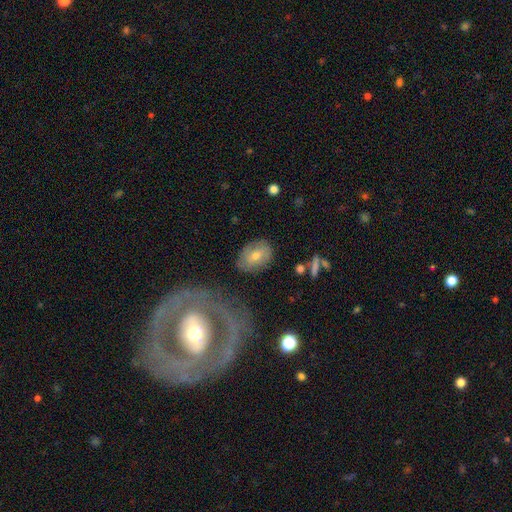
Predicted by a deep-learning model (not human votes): Smooth or featured?
  - smooth: 55% *
  - featured or disk: 36%
  - star or artifact: 9%
How rounded?
  - in between: 73% *
  - round: 26%
  - cigar-shaped: 2%
Merging?
  - none: 77% *
  - minor disturbance: 13%
  - major disturbance: 6%
  - merger: 3%